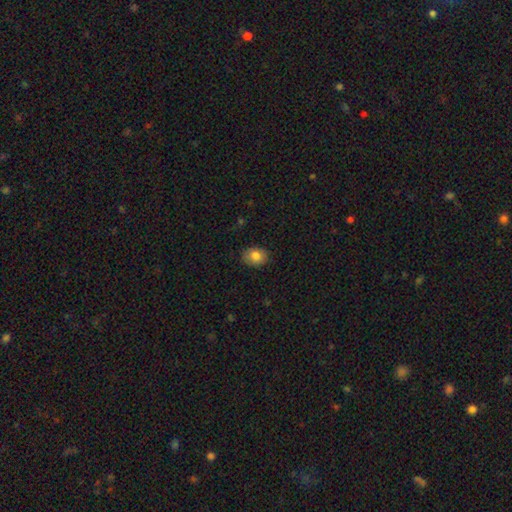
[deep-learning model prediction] Smooth or featured? smooth (83%)
How rounded? in between (63%)
Merging? none (86%)